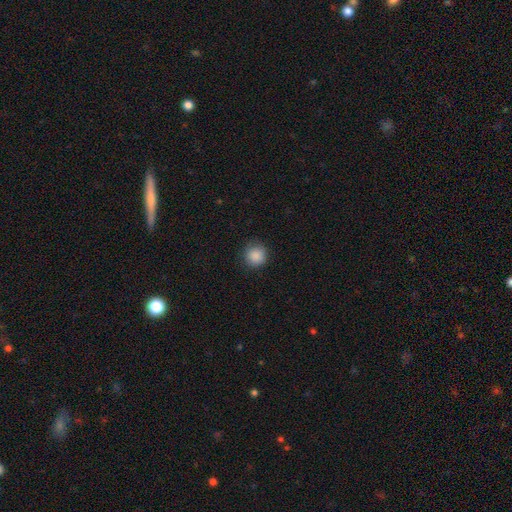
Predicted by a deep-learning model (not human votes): smooth-or-featured: smooth: 88% | star or artifact: 9% | featured or disk: 3%
  how-rounded: round: 92% | in between: 7% | cigar-shaped: 1%
  merging: none: 85% | minor disturbance: 11% | major disturbance: 3% | merger: 1%